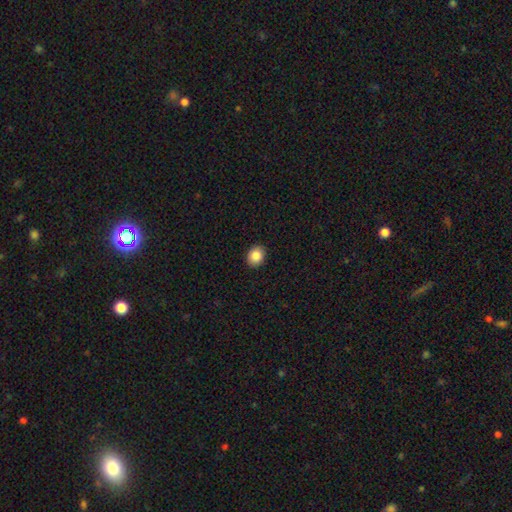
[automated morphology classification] A smooth galaxy with no disk features (87%) that is round (58%).

Vote fractions:
- Smooth or featured? smooth: 87% / star or artifact: 9% / featured or disk: 5%
- How rounded? round: 58% / in between: 41% / cigar-shaped: 1%
- Merging? none: 91% / minor disturbance: 7% / major disturbance: 2% / merger: 1%